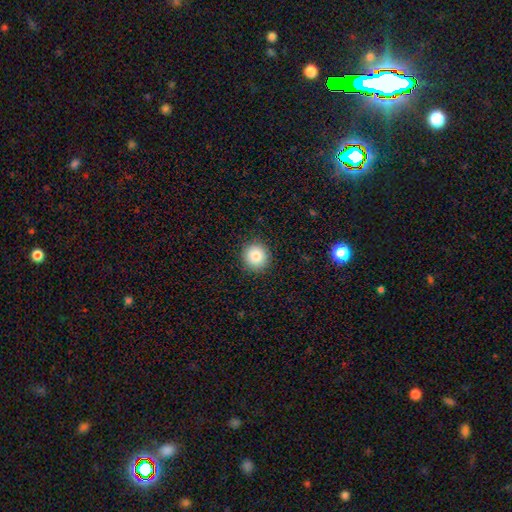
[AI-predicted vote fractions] Q: Smooth or featured?
A: smooth (84%); runner-up: star or artifact (10%)
Q: How rounded?
A: round (93%); runner-up: in between (6%)
Q: Merging?
A: none (91%); runner-up: minor disturbance (6%)